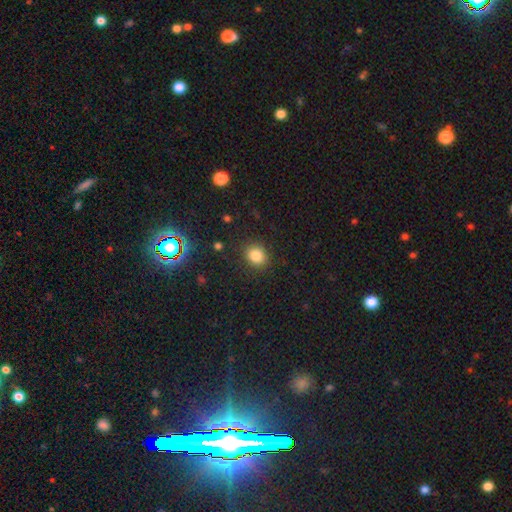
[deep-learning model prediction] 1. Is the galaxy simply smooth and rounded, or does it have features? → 82% smooth, 12% star or artifact, 5% featured or disk.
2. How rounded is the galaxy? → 62% round, 37% in between, 1% cigar-shaped.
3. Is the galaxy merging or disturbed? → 86% none, 9% minor disturbance, 3% major disturbance, 1% merger.